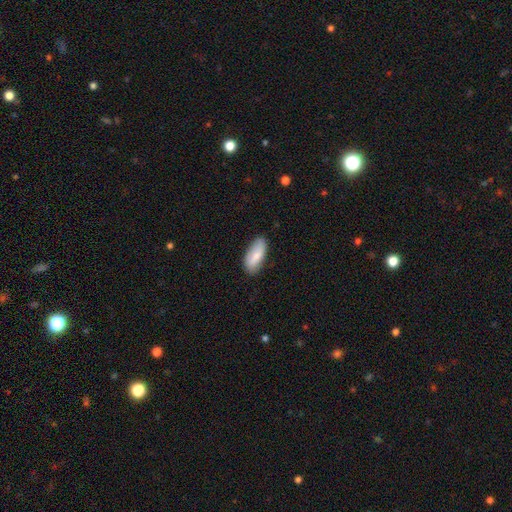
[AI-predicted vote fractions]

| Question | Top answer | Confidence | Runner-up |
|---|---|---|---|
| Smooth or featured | smooth | 77% | featured or disk (17%) |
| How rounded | in between | 86% | cigar-shaped (12%) |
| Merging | none | 82% | minor disturbance (15%) |